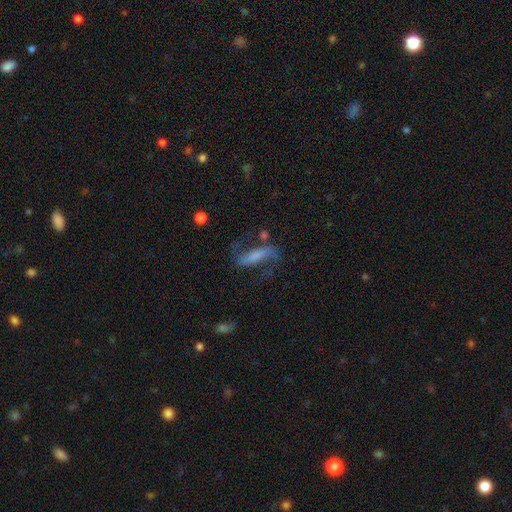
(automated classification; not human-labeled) smooth_or_featured: featured or disk (p=0.71) [alt: smooth p=0.20]
disk_edge_on: no (p=0.87) [alt: yes p=0.13]
bar: strong (p=0.52) [alt: weak p=0.27]
has_spiral_arms: yes (p=0.91) [alt: no p=0.09]
spiral_winding: loose (p=0.69) [alt: medium p=0.24]
spiral_arm_count: 2 (p=0.90) [alt: 1 p=0.04]
bulge_size: none (p=0.41) [alt: small p=0.27]
merging: none (p=0.61) [alt: major disturbance p=0.18]